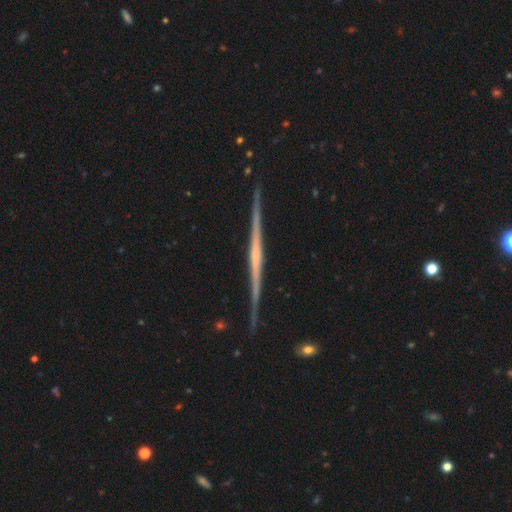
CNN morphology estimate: Overall: featured or disk (83%). Edge-on disk: yes (98%). Edge-on bulge: none (60%; rounded 28%). Merging: none (91%).